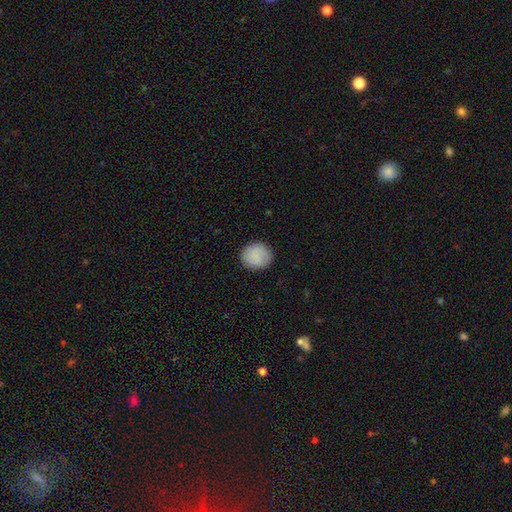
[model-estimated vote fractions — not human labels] smooth_or_featured: smooth (p=0.87) [alt: featured or disk p=0.07]
how_rounded: round (p=0.83) [alt: in between p=0.16]
merging: none (p=0.89) [alt: minor disturbance p=0.08]